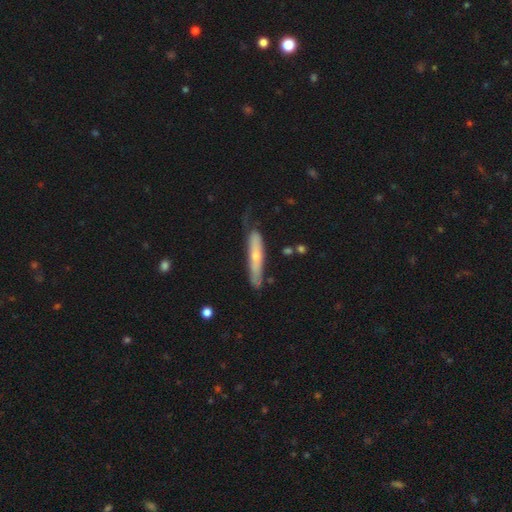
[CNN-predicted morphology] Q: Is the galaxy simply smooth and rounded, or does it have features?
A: featured or disk — 52%.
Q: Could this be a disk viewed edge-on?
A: yes — 73%.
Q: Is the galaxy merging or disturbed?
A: none — 59%.